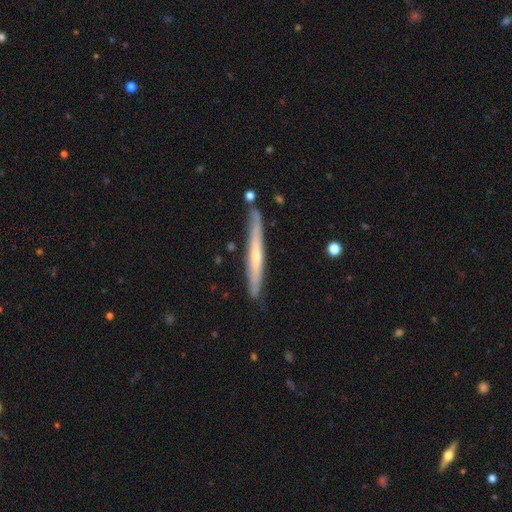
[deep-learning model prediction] A featured or disk galaxy (57%) viewed edge-on (94%) with no central bulge (53%).

Vote fractions:
- Smooth or featured? featured or disk: 57% / smooth: 37% / star or artifact: 5%
- Edge-on disk? yes: 94% / no: 6%
- Edge-on bulge? none: 53% / rounded: 41% / boxy: 5%
- Merging? none: 82% / minor disturbance: 13% / merger: 3% / major disturbance: 2%